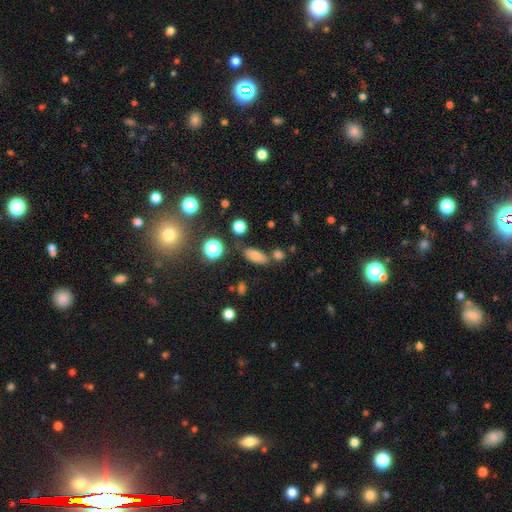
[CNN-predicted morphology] This appears to be a smooth galaxy with no disk features (71%) that is in between round and cigar-shaped (81%). Merging: none (71%).